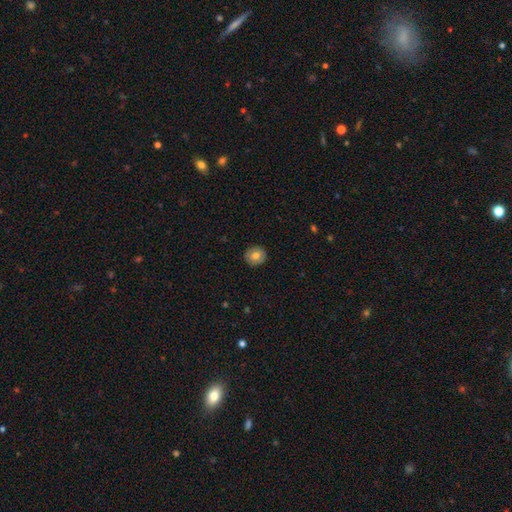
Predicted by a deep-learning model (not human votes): Smooth or featured?
  - smooth: 74% *
  - featured or disk: 18%
  - star or artifact: 8%
How rounded?
  - round: 91% *
  - in between: 9%
  - cigar-shaped: 1%
Merging?
  - none: 90% *
  - minor disturbance: 7%
  - major disturbance: 2%
  - merger: 1%